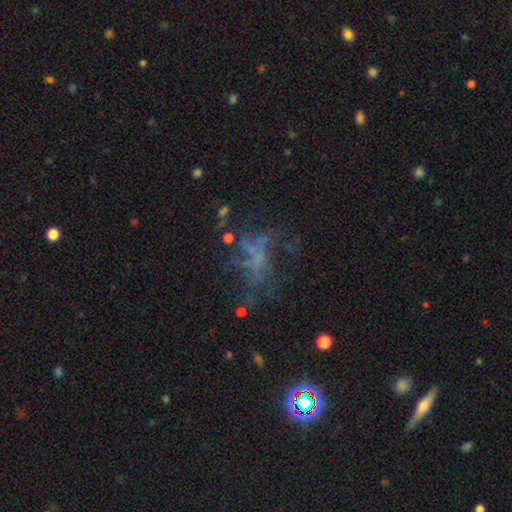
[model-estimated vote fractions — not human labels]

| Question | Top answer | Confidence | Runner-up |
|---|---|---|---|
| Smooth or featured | featured or disk | 46% | star or artifact (33%) |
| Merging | none | 45% | major disturbance (34%) |